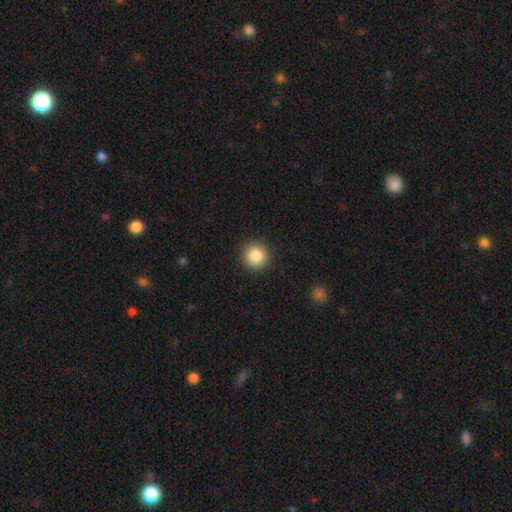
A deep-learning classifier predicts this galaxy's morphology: smooth_or_featured: smooth (p=0.85) [alt: star or artifact p=0.10]
how_rounded: round (p=0.94) [alt: in between p=0.05]
merging: none (p=0.92) [alt: minor disturbance p=0.05]